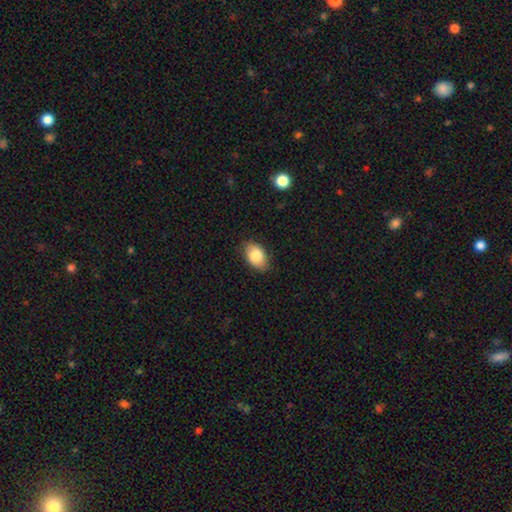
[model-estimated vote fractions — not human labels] Q: Smooth or featured?
A: smooth (84%); runner-up: featured or disk (9%)
Q: How rounded?
A: in between (87%); runner-up: round (11%)
Q: Merging?
A: none (81%); runner-up: minor disturbance (15%)